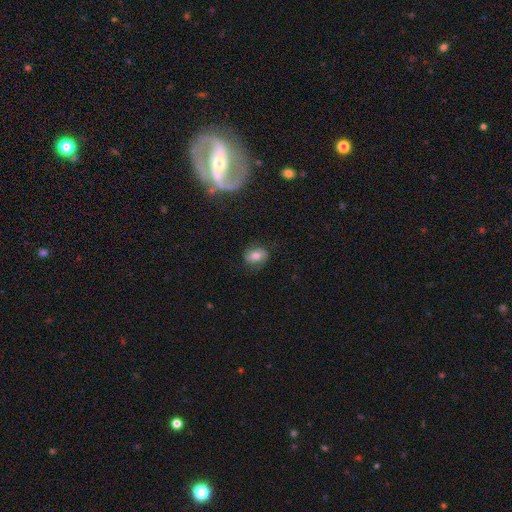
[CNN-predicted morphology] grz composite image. It shows a smooth galaxy with no disk features (62%) that is in between round and cigar-shaped (67%). Merging: none (75%).